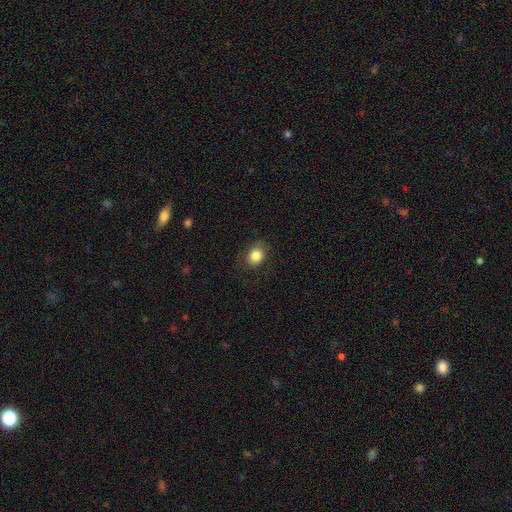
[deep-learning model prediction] Smooth or featured?
  - smooth: 83% *
  - star or artifact: 9%
  - featured or disk: 8%
How rounded?
  - round: 57% *
  - in between: 42%
  - cigar-shaped: 1%
Merging?
  - none: 78% *
  - minor disturbance: 15%
  - major disturbance: 6%
  - merger: 1%